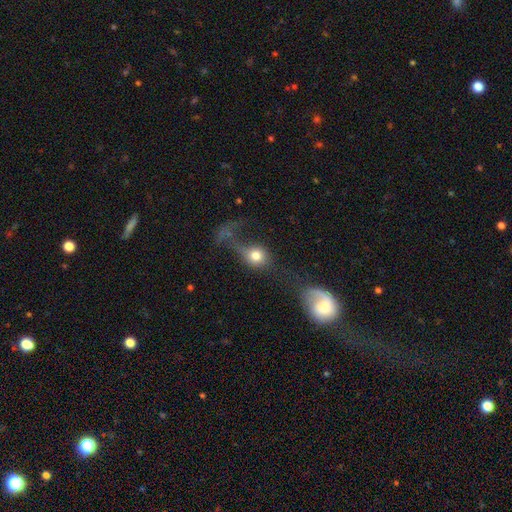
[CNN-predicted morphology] Q: Smooth or featured?
A: smooth (68%); runner-up: featured or disk (21%)
Q: How rounded?
A: round (69%); runner-up: in between (28%)
Q: Merging?
A: major disturbance (45%); runner-up: none (24%)